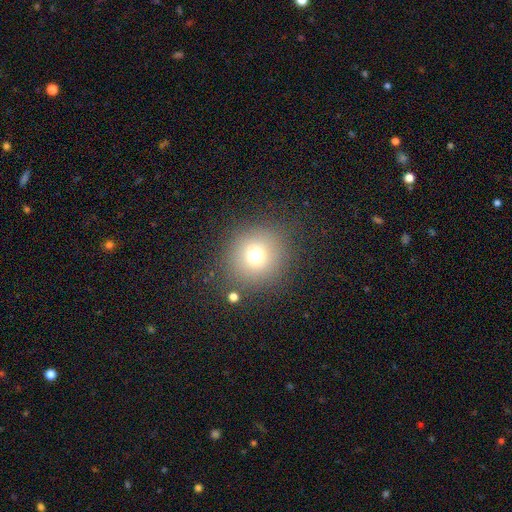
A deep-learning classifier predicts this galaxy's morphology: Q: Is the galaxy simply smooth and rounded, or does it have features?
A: smooth — 67%.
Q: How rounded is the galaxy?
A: round — 90%.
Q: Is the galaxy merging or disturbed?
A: none — 76%.